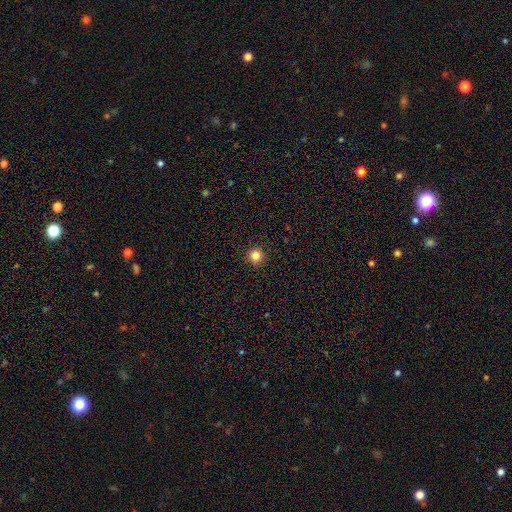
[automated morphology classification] Overall: smooth (83%). How rounded: round (94%). Merging: none (91%).